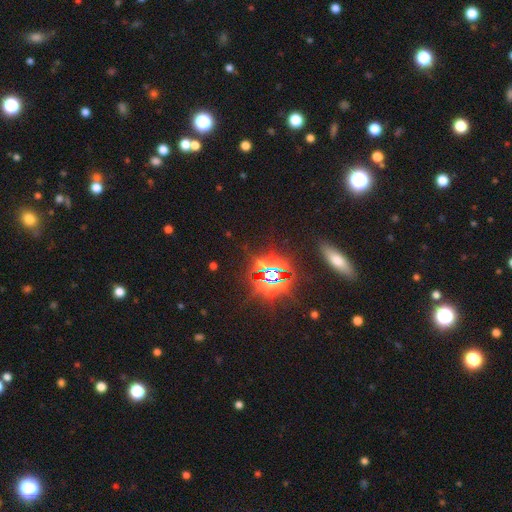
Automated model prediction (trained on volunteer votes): smooth_or_featured: star or artifact (p=0.71) [alt: smooth p=0.18]